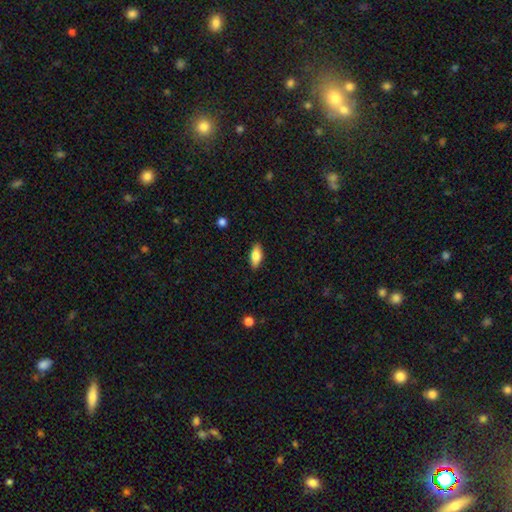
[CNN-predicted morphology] Smooth or featured?
  - smooth: 78% *
  - featured or disk: 15%
  - star or artifact: 7%
How rounded?
  - in between: 83% *
  - cigar-shaped: 15%
  - round: 3%
Merging?
  - none: 88% *
  - minor disturbance: 9%
  - major disturbance: 2%
  - merger: 1%